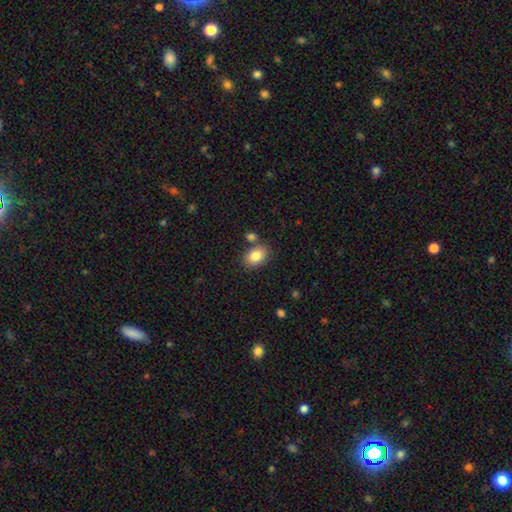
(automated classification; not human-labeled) This appears to be a smooth galaxy with no disk features (85%) that is in between round and cigar-shaped (81%). Merging: none (73%).